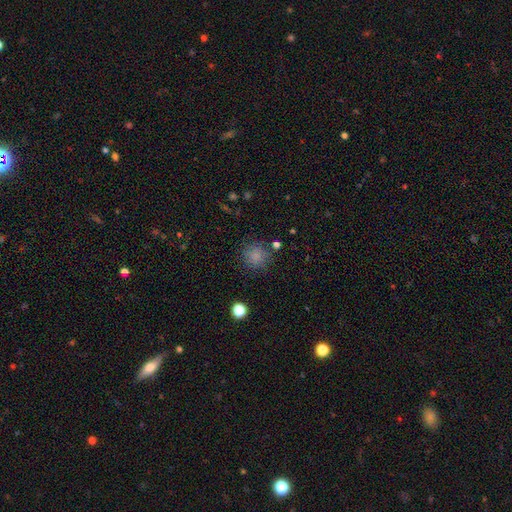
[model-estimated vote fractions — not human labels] Q: Smooth or featured?
A: smooth (81%); runner-up: star or artifact (13%)
Q: How rounded?
A: round (91%); runner-up: in between (8%)
Q: Merging?
A: none (82%); runner-up: minor disturbance (11%)